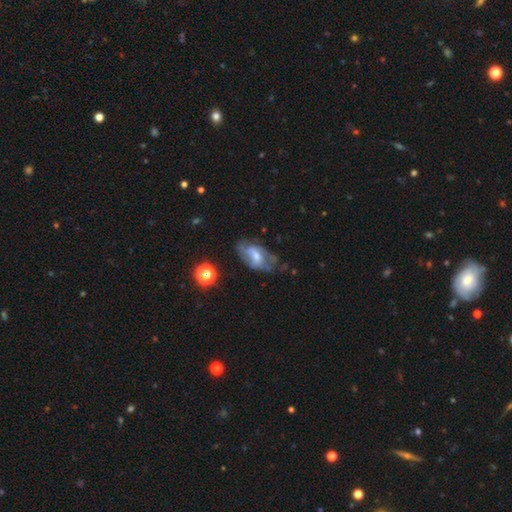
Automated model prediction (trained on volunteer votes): The model was most divided on "bulge size": moderate: 45%, small: 37%, none: 9%, large: 6%, dominant: 1%. Remaining: edge-on disk — no (94%); spiral arms — yes (65%); smooth or featured — featured or disk (59%); bar — no (49%); merging — none (47%).